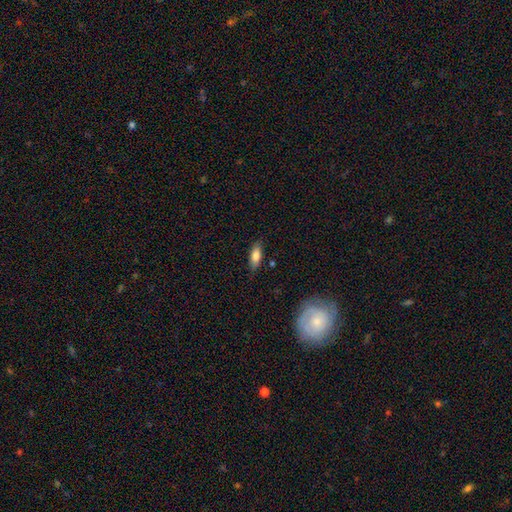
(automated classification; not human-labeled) Smooth or featured? Predicted: smooth (p=0.81). How rounded? Predicted: in between (p=0.73). Merging? Predicted: none (p=0.81).